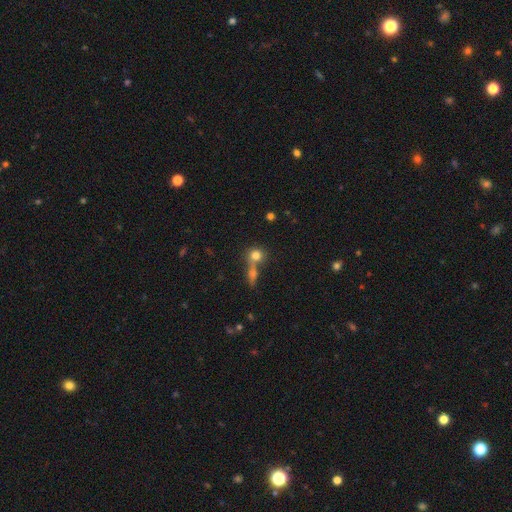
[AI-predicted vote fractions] This appears to be a smooth galaxy with no disk features (78%) that is round (80%). Merging: none (45%).